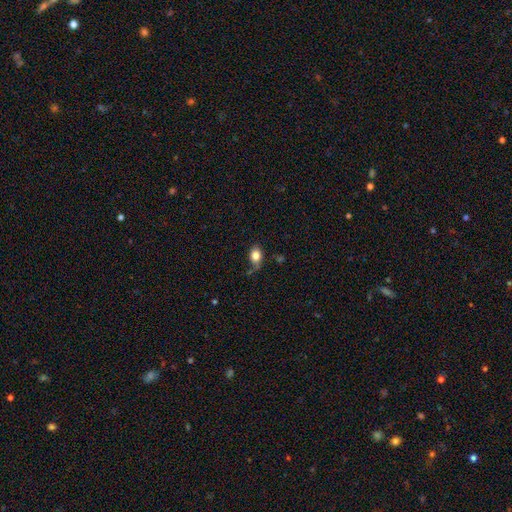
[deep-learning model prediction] Morphology: type=smooth (81%); roundness=in between (73%); merging=none (56%).